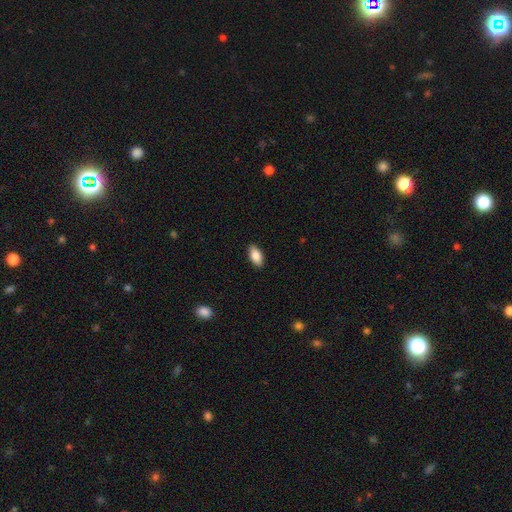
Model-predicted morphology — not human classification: This is clearly a smooth galaxy (86%). How rounded: clearly in between (92%). Merging: clearly none (89%).